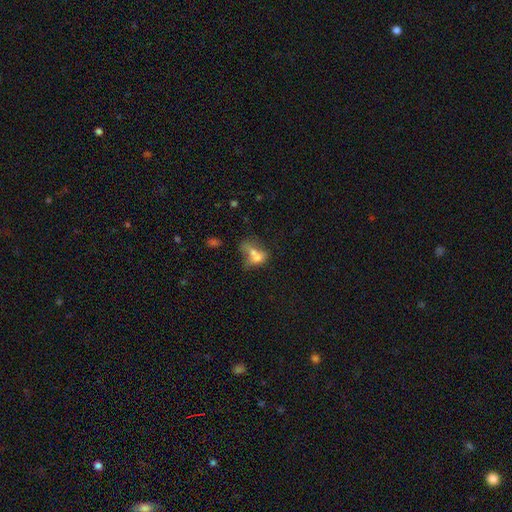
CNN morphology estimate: smooth_or_featured: smooth (p=0.63) [alt: featured or disk p=0.25]
how_rounded: in between (p=0.70) [alt: round p=0.24]
merging: merger (p=0.59) [alt: none p=0.19]